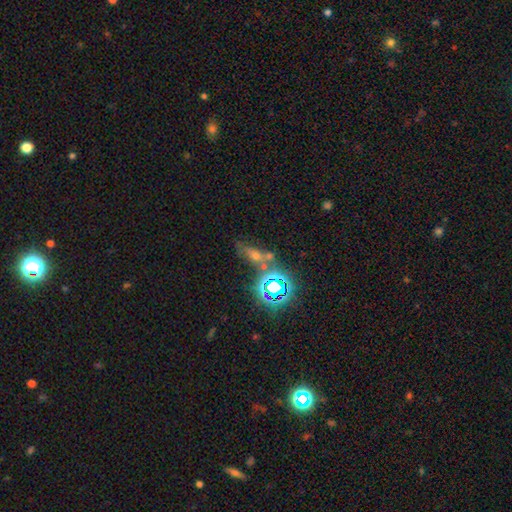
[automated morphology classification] This is marginally a star or artifact rather than a galaxy (41%, tied with smooth).